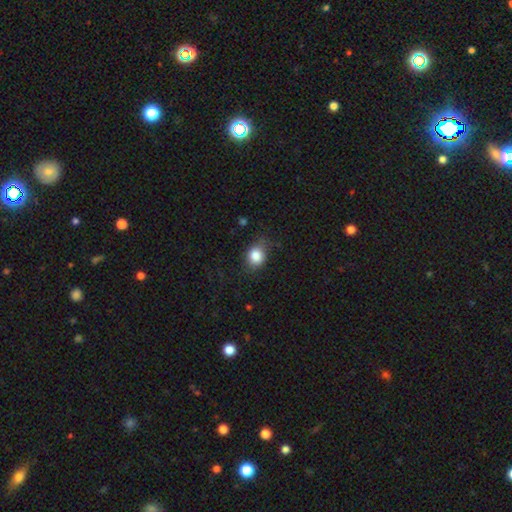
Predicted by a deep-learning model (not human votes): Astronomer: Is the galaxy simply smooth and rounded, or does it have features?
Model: smooth — 84%.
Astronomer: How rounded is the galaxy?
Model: round — 58% (runner-up: in between, 41%).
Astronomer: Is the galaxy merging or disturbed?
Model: none — 70%.